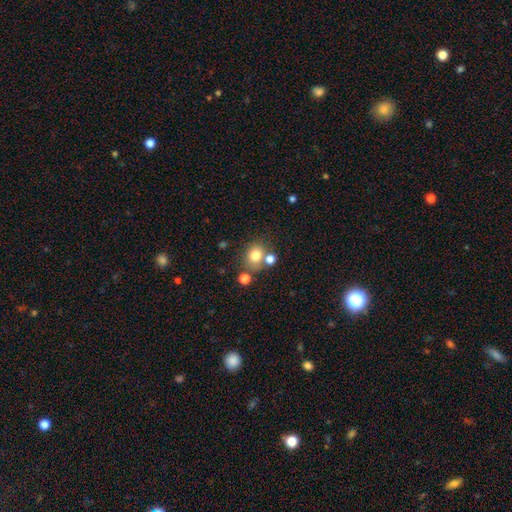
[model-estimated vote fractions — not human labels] This appears to be a smooth galaxy with no disk features (77%) that is round (67%). Merging: none (65%).